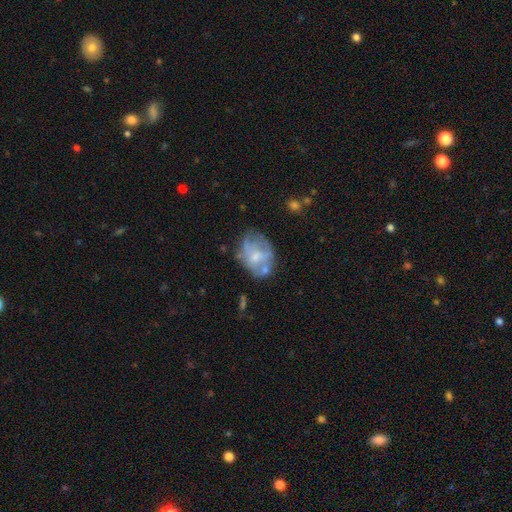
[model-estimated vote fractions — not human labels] Smooth or featured? Predicted: featured or disk (p=0.51). Edge-on disk? Predicted: no (p=0.97). Merging? Predicted: none (p=0.44).